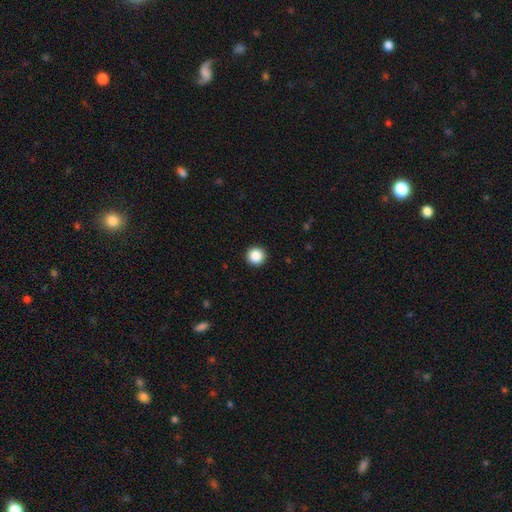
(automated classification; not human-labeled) Smooth or featured?
  - smooth: 88% *
  - star or artifact: 10%
  - featured or disk: 3%
How rounded?
  - round: 97% *
  - in between: 2%
  - cigar-shaped: 1%
Merging?
  - none: 94% *
  - minor disturbance: 4%
  - major disturbance: 1%
  - merger: 1%